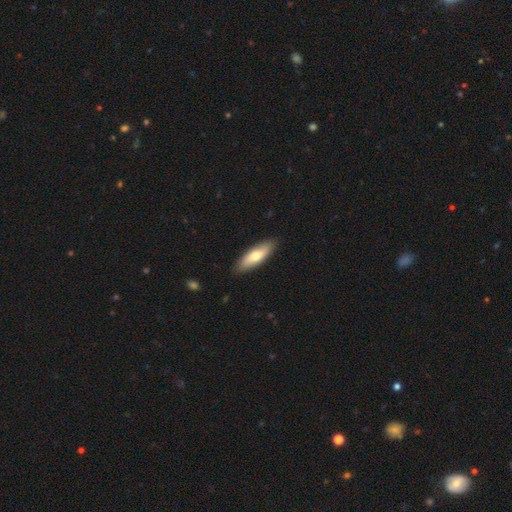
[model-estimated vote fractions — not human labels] This appears to be a smooth galaxy with no disk features (67%) that is in between round and cigar-shaped (54%). Merging: none (88%).